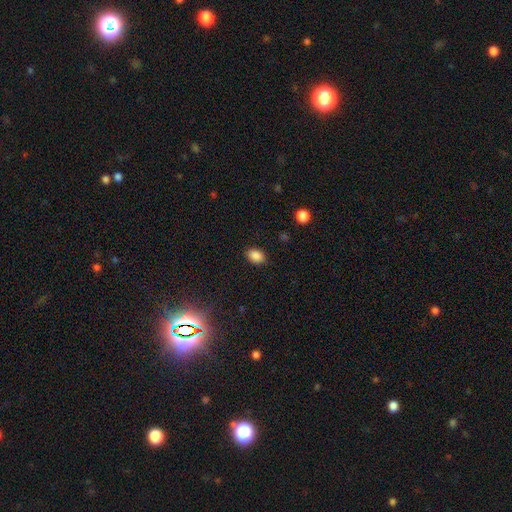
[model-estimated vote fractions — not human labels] The model was most divided on "how rounded": in between: 79%, round: 20%, cigar-shaped: 1%. More confident: merging — none (87%); smooth or featured — smooth (86%).